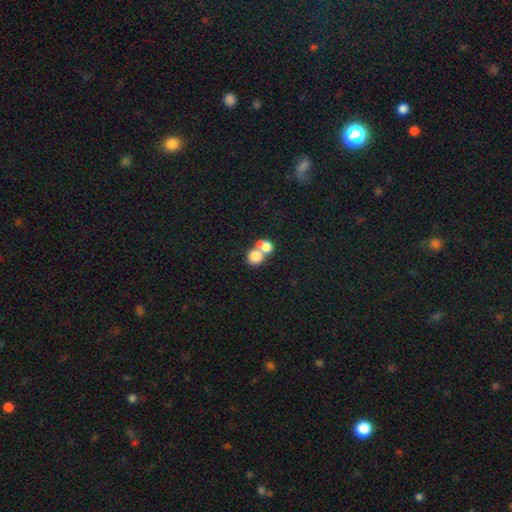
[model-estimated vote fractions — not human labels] Smooth or featured: smooth — 77% (featured or disk — 14%)
How rounded: round — 70% (in between — 29%)
Merging: merger — 66% (none — 25%)